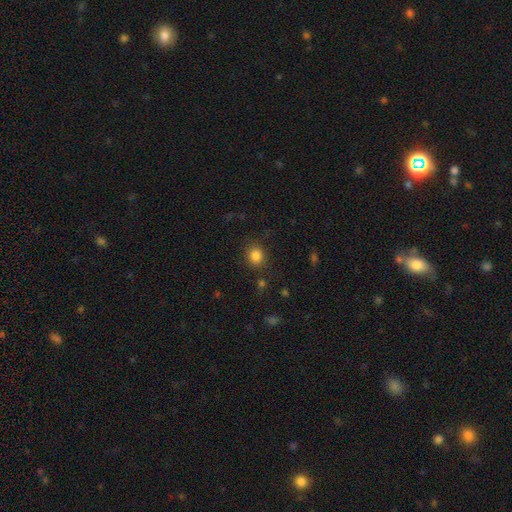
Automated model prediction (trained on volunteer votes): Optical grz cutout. It shows a smooth galaxy with no disk features (84%) that is round (73%). Merging: none (83%).